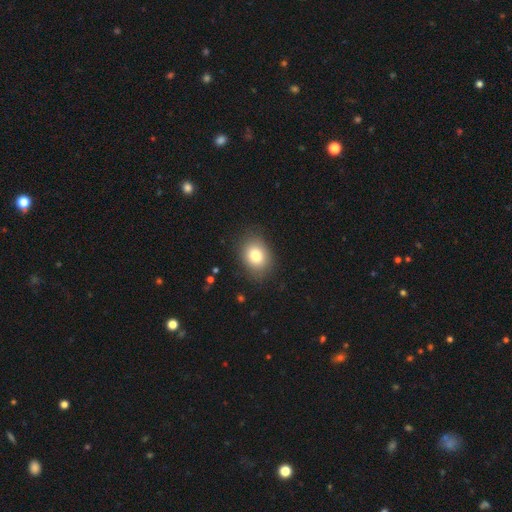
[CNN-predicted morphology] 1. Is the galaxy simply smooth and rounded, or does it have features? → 80% smooth, 10% star or artifact, 10% featured or disk.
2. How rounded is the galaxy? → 54% in between, 45% round, 1% cigar-shaped.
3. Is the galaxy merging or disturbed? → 84% none, 12% minor disturbance, 3% major disturbance, 1% merger.